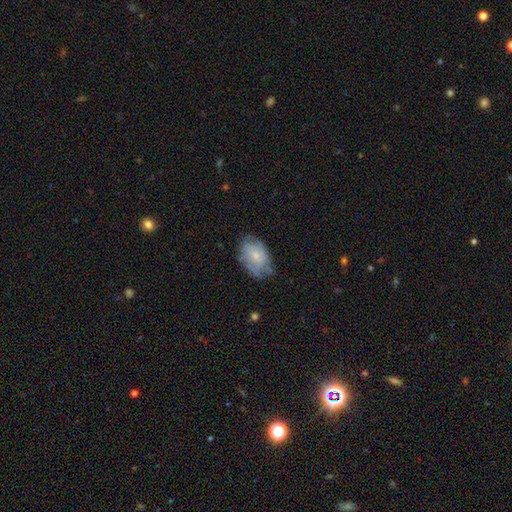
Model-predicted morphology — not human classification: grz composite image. It shows a smooth galaxy with no disk features (59%) that is in between round and cigar-shaped (87%). Merging: none (60%).